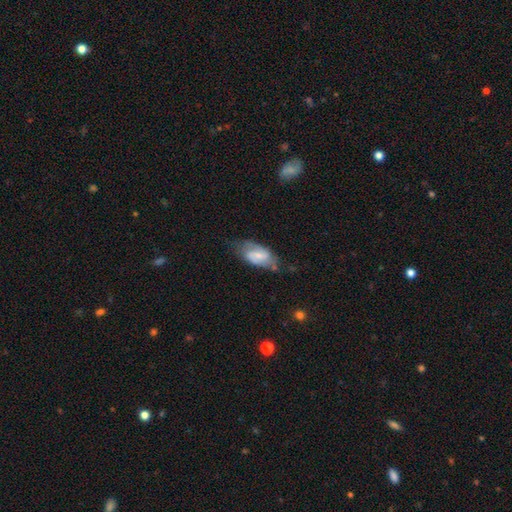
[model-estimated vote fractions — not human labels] Q: Smooth or featured?
A: featured or disk (68%); runner-up: smooth (26%)
Q: Edge-on disk?
A: no (96%); runner-up: yes (4%)
Q: Bar?
A: weak (54%); runner-up: strong (26%)
Q: Spiral arms?
A: yes (90%); runner-up: no (10%)
Q: Spiral winding?
A: medium (47%); runner-up: loose (31%)
Q: Spiral arm count?
A: 2 (86%); runner-up: can't tell (8%)
Q: Bulge size?
A: small (54%); runner-up: moderate (31%)
Q: Merging?
A: none (62%); runner-up: minor disturbance (27%)